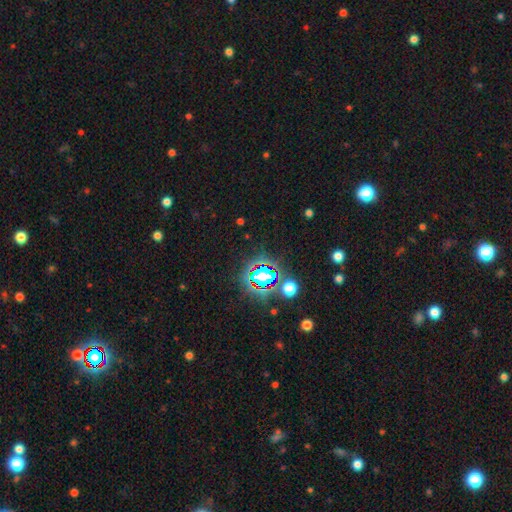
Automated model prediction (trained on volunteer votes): smooth_or_featured: star or artifact (p=0.83) [alt: smooth p=0.11]